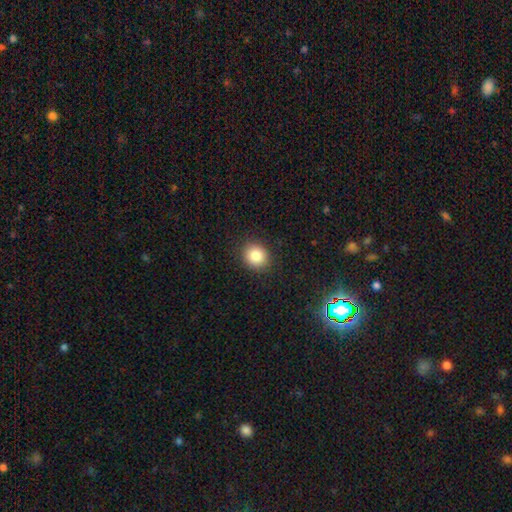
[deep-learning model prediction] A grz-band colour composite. It shows a smooth galaxy with no disk features (85%) that is round (78%). Merging: none (90%).